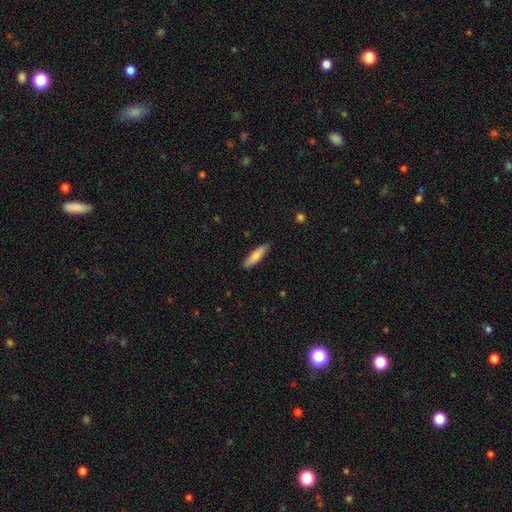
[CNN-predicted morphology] A smooth galaxy with no disk features (81%) that is cigar-shaped (69%). Merging: none (88%).